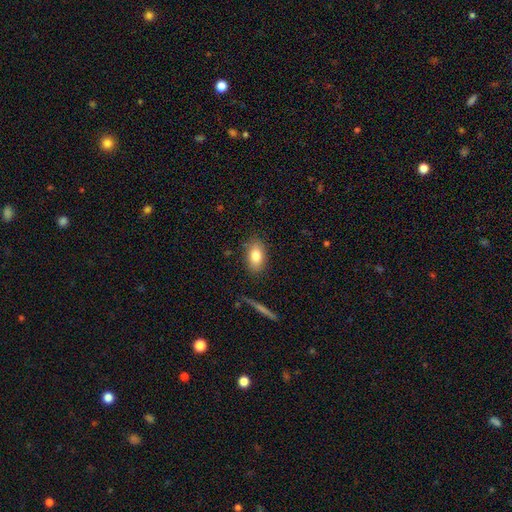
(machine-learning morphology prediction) smooth-or-featured: smooth: 82% | featured or disk: 10% | star or artifact: 8%
  how-rounded: in between: 89% | round: 7% | cigar-shaped: 4%
  merging: none: 84% | minor disturbance: 11% | major disturbance: 3% | merger: 2%